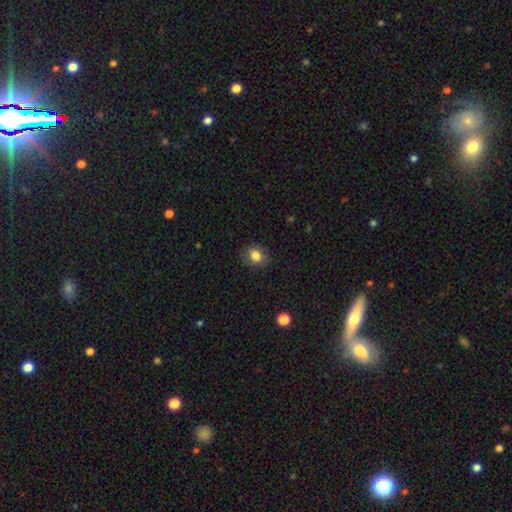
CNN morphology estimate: Q: Smooth or featured?
A: smooth (83%); runner-up: star or artifact (9%)
Q: How rounded?
A: in between (50%); runner-up: round (49%)
Q: Merging?
A: none (83%); runner-up: minor disturbance (13%)